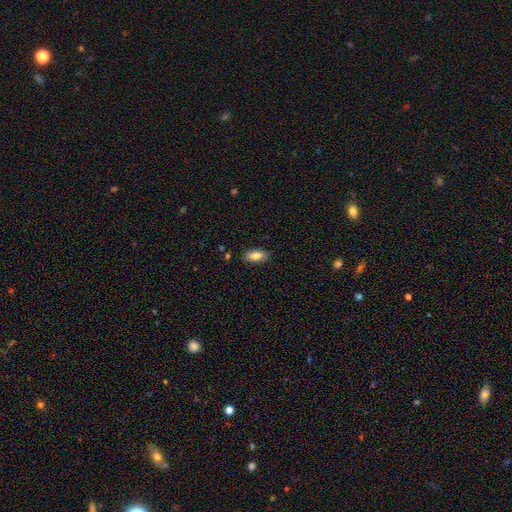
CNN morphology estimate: Q: Smooth or featured?
A: smooth (79%); runner-up: featured or disk (14%)
Q: How rounded?
A: in between (86%); runner-up: cigar-shaped (11%)
Q: Merging?
A: none (85%); runner-up: minor disturbance (12%)